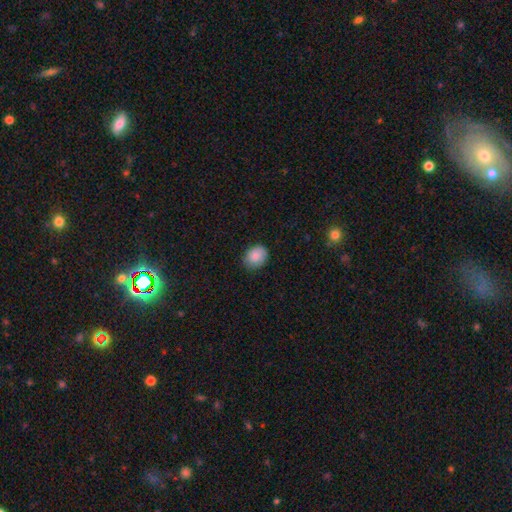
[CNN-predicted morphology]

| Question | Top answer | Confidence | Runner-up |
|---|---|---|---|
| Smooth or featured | smooth | 85% | star or artifact (8%) |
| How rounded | in between | 50% | tied: round (50%) |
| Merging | none | 82% | minor disturbance (14%) |